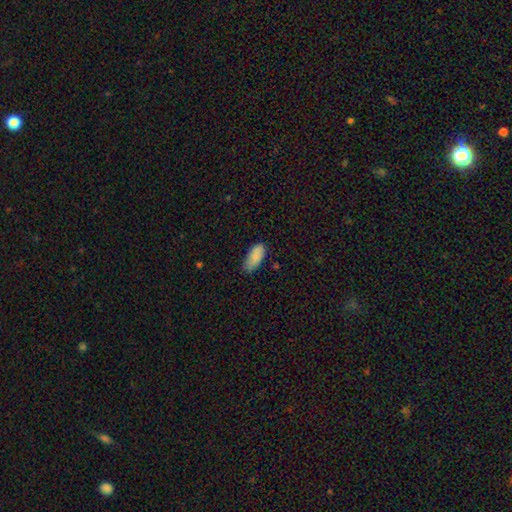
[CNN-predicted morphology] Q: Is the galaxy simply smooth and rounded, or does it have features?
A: smooth — 87%.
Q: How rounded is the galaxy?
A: in between — 89%.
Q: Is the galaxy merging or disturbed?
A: none — 67%.